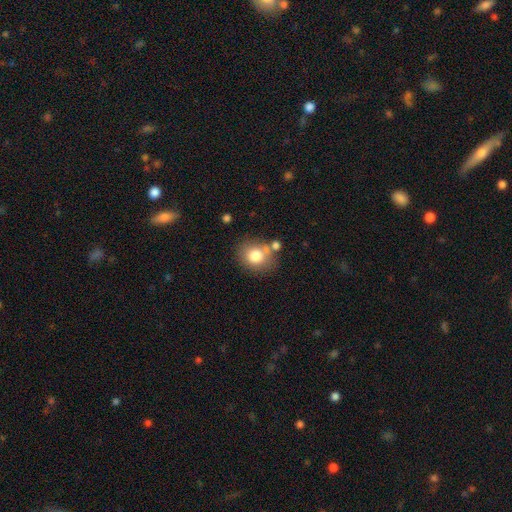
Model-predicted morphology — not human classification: Overall: smooth (79%). How rounded: round (71%). Merging: none (63%).